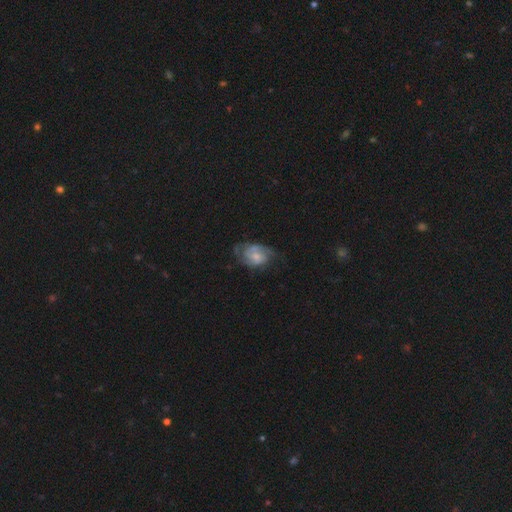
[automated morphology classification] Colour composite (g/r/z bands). It shows a featured or disk galaxy (69%) with no bar (65%), 2 (42%) medium (43%) spiral arms (84%) and a small central bulge (48%). Merging: none (52%).